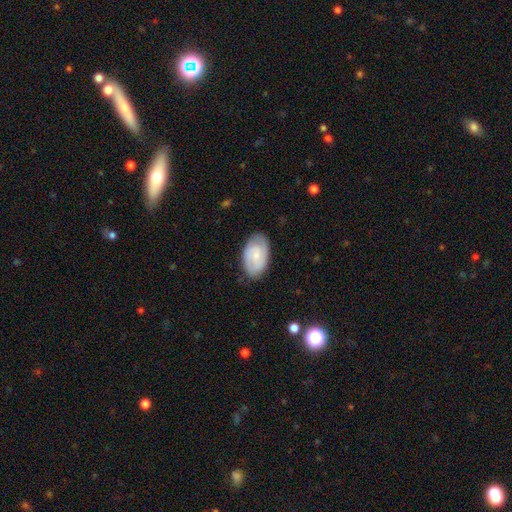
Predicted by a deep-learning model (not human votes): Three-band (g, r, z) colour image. It shows a smooth galaxy with no disk features (53%) that is in between round and cigar-shaped (92%). Merging: none (79%).